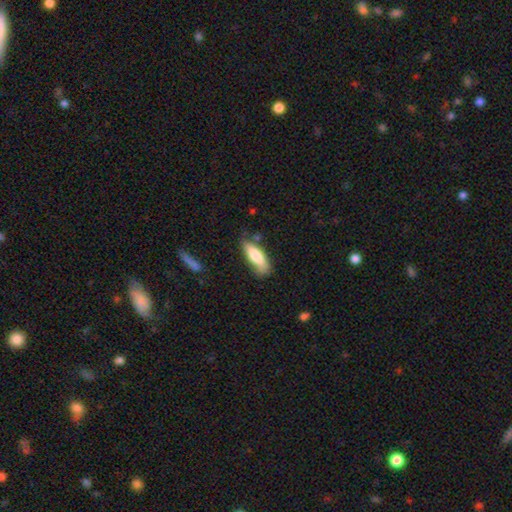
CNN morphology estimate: Smooth or featured: smooth — 76% (featured or disk — 17%)
How rounded: in between — 60% (cigar-shaped — 38%)
Merging: none — 62% (minor disturbance — 27%)